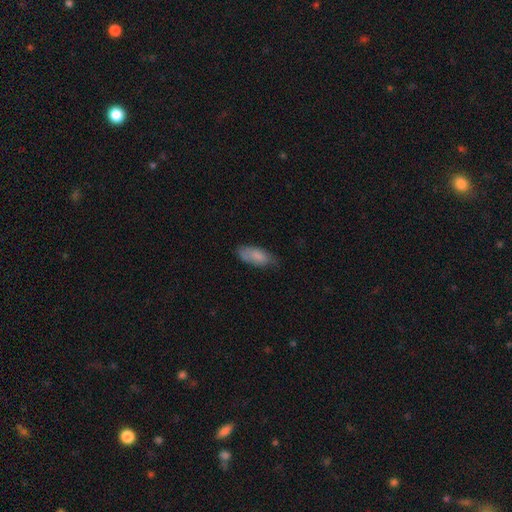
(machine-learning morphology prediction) Smooth or featured: smooth — 80% (featured or disk — 13%)
How rounded: in between — 86% (cigar-shaped — 12%)
Merging: none — 61% (minor disturbance — 30%)